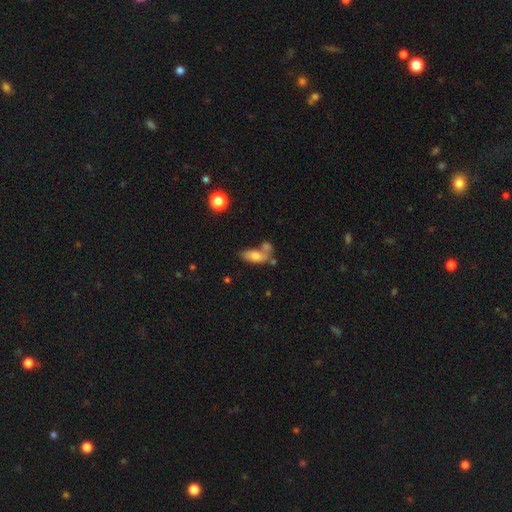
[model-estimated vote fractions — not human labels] A smooth galaxy with no disk features (70%) that is in between round and cigar-shaped (86%). Merging: merger (42%).